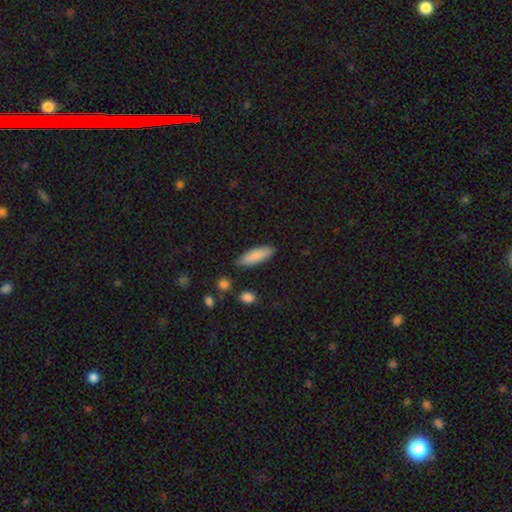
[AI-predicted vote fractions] Smooth or featured? Predicted: smooth (p=0.85). How rounded? Predicted: in between (p=0.59). Merging? Predicted: none (p=0.84).